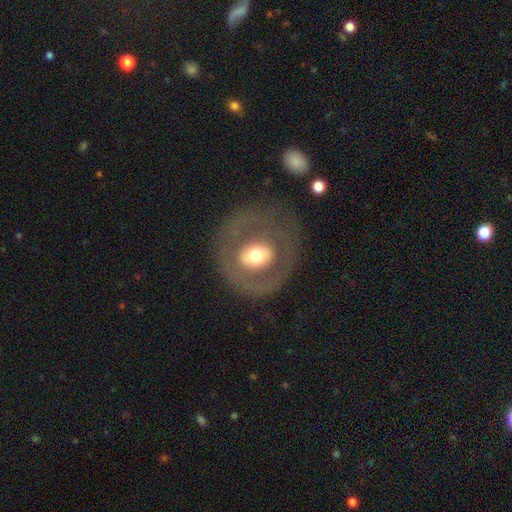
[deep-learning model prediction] Q: Smooth or featured?
A: featured or disk (52%); runner-up: smooth (41%)
Q: Edge-on disk?
A: no (93%); runner-up: yes (7%)
Q: Merging?
A: none (75%); runner-up: major disturbance (12%)